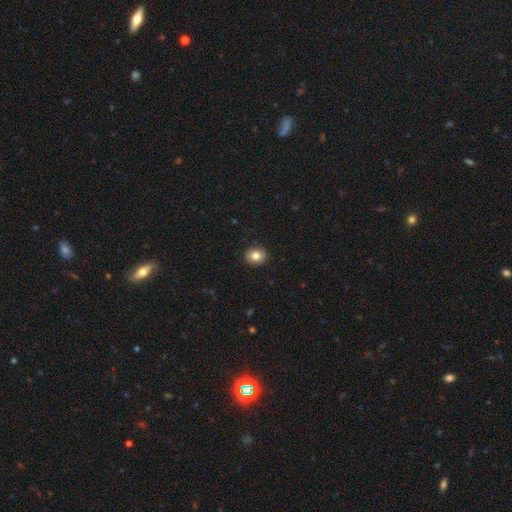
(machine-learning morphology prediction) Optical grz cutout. It shows a smooth galaxy with no disk features (81%) that is round (64%). Merging: none (91%).